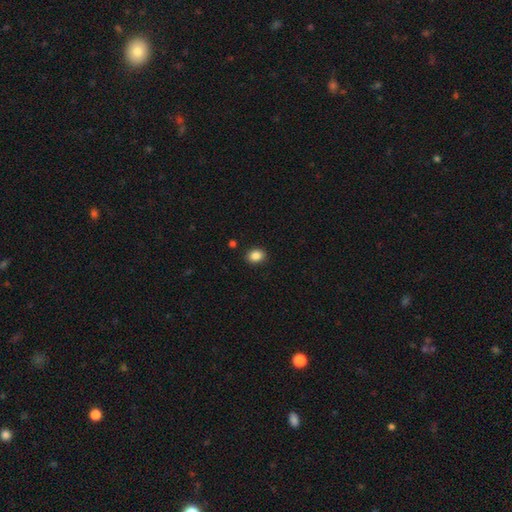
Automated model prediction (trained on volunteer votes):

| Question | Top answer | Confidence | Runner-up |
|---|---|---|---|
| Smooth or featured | smooth | 87% | star or artifact (9%) |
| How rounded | in between | 55% | round (44%) |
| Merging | none | 89% | minor disturbance (8%) |